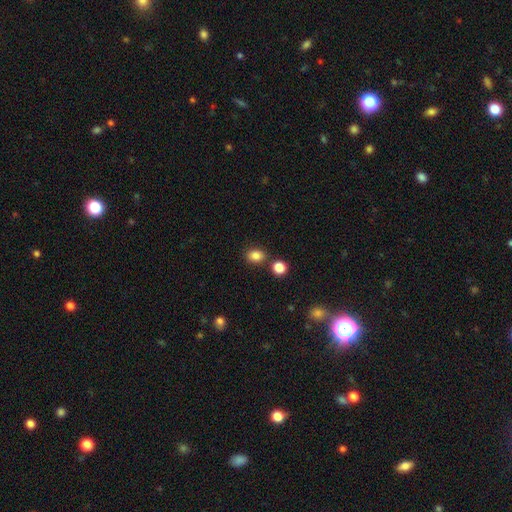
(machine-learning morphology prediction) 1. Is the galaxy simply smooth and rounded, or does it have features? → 84% smooth, 11% star or artifact, 5% featured or disk.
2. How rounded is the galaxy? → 54% in between, 45% round, 1% cigar-shaped.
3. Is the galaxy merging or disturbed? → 77% none, 10% minor disturbance, 10% merger, 3% major disturbance.